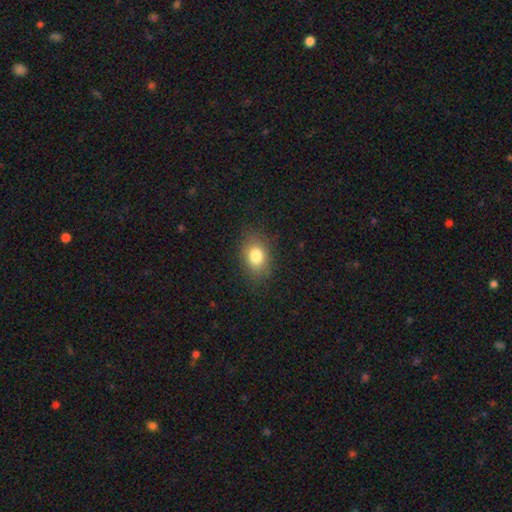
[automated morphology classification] smooth-or-featured: smooth: 81% | star or artifact: 10% | featured or disk: 9%
  how-rounded: in between: 72% | round: 27% | cigar-shaped: 1%
  merging: none: 83% | minor disturbance: 12% | major disturbance: 4% | merger: 1%